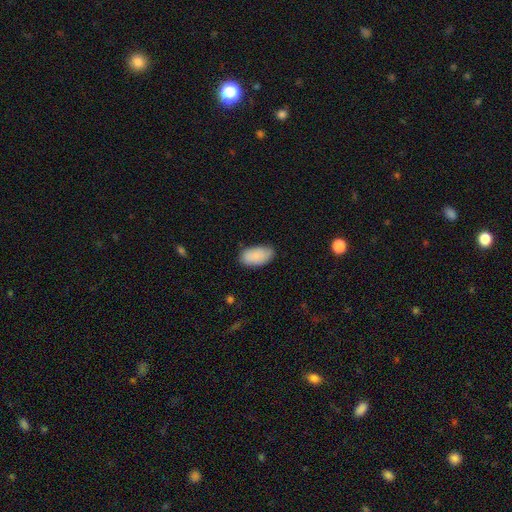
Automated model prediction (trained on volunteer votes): Q: Smooth or featured?
A: smooth (88%); runner-up: star or artifact (6%)
Q: How rounded?
A: in between (95%); runner-up: round (3%)
Q: Merging?
A: none (80%); runner-up: minor disturbance (16%)